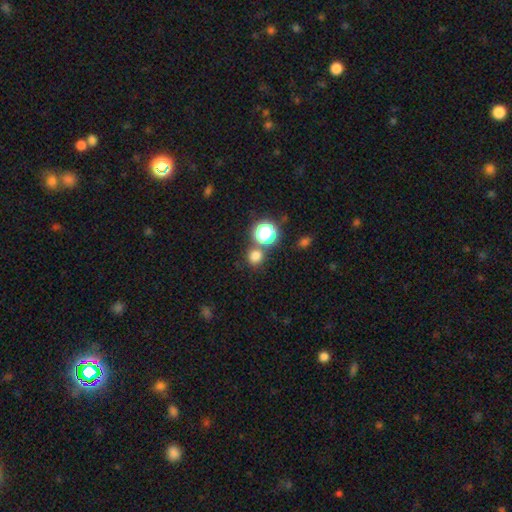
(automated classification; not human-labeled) Smooth or featured? Predicted: smooth (p=0.75). How rounded? Predicted: round (p=0.90). Merging? Predicted: none (p=0.74).